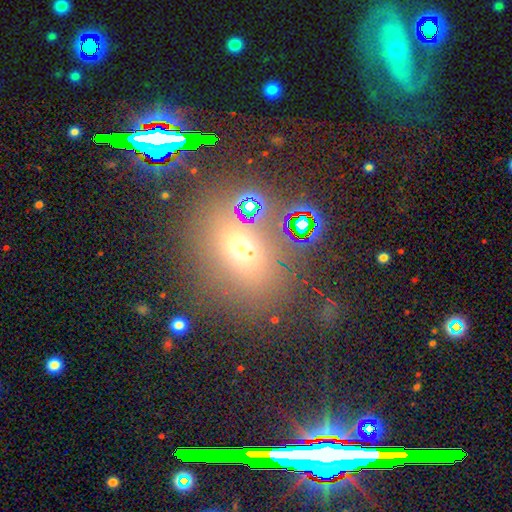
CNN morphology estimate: Q: Smooth or featured?
A: smooth (53%); runner-up: star or artifact (33%)
Q: How rounded?
A: in between (52%); runner-up: round (45%)
Q: Merging?
A: none (71%); runner-up: minor disturbance (12%)